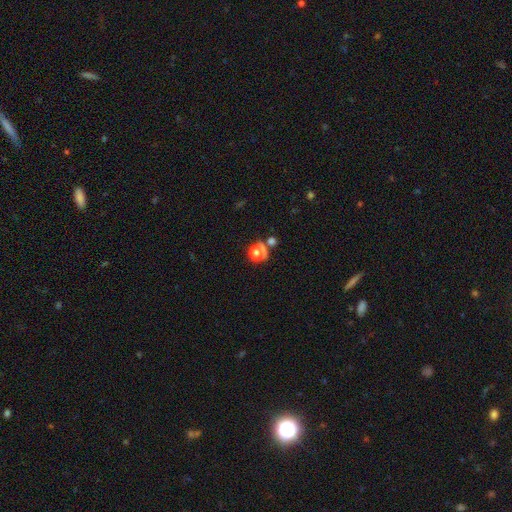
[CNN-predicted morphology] Smooth or featured? smooth (56%)
How rounded? round (88%)
Merging? none (73%)